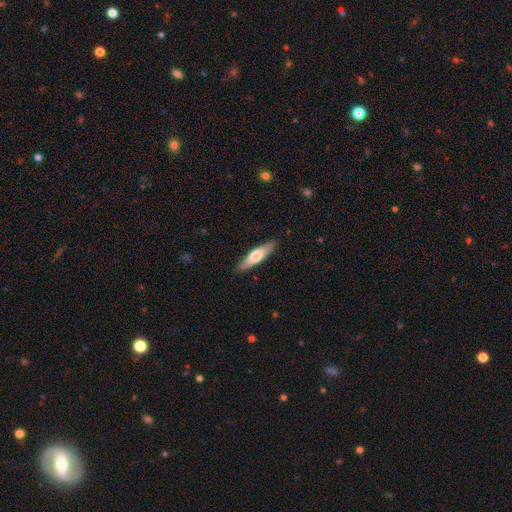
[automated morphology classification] The model was most divided on "smooth or featured": smooth: 56%, featured or disk: 38%, star or artifact: 5%. More confident: merging — none (87%); how rounded — cigar-shaped (70%).